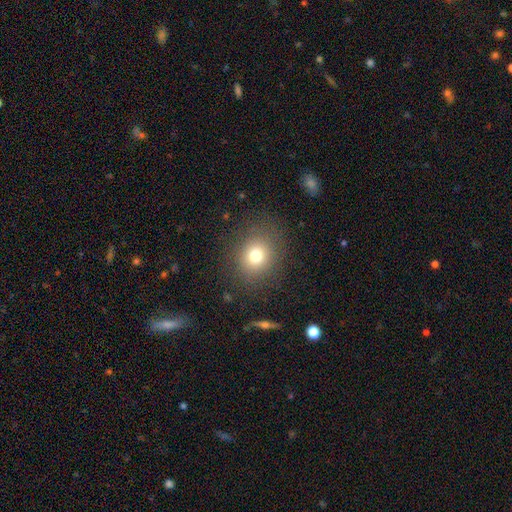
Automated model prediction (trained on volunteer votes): This is likely a smooth galaxy (75%). How rounded: likely round (73%). Merging: clearly none (85%).